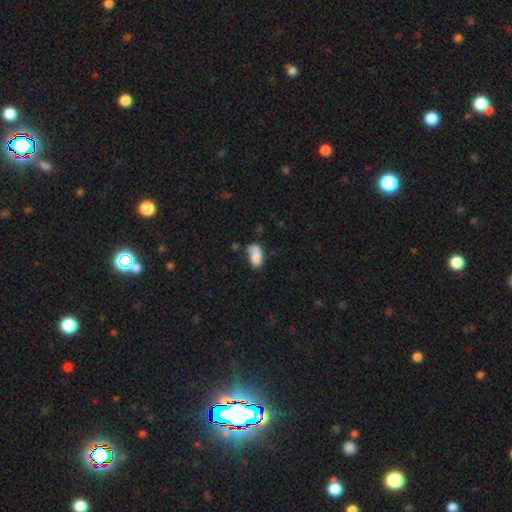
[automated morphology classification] The model was most divided on "merging": none: 46%, minor disturbance: 30%, major disturbance: 15%, merger: 10%. More confident: how rounded — in between (93%); smooth or featured — smooth (81%).